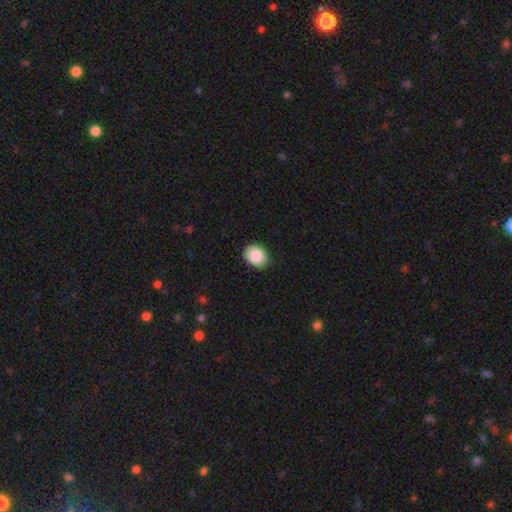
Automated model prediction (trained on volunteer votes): The model was most divided on "how rounded": in between: 59%, round: 40%, cigar-shaped: 1%. More confident: merging — none (89%); smooth or featured — smooth (88%).